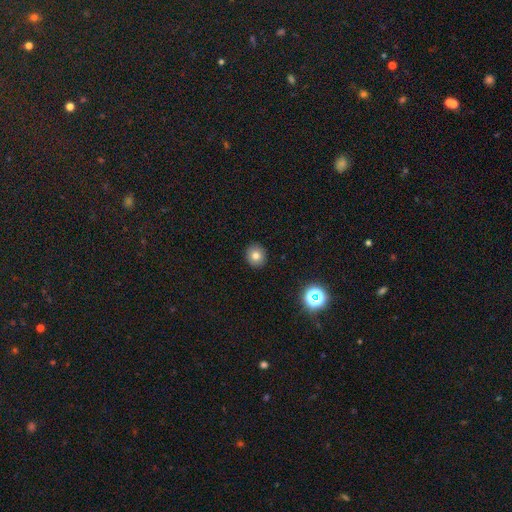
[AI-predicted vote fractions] smooth_or_featured: smooth (p=0.76) [alt: star or artifact p=0.14]
how_rounded: round (p=0.86) [alt: in between p=0.13]
merging: none (p=0.92) [alt: minor disturbance p=0.05]